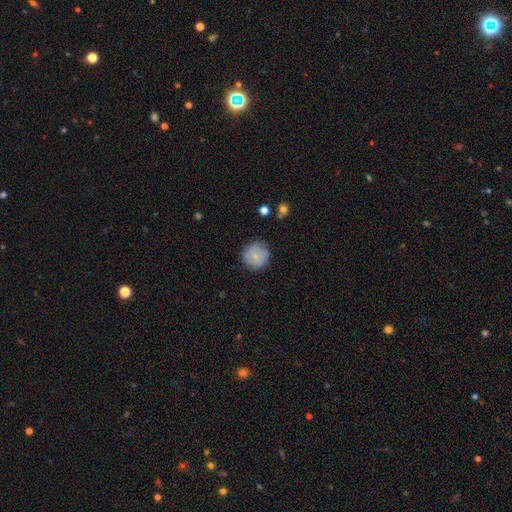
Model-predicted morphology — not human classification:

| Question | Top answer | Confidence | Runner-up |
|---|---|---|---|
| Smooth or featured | smooth | 75% | featured or disk (17%) |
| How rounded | round | 93% | in between (6%) |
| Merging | none | 81% | minor disturbance (14%) |